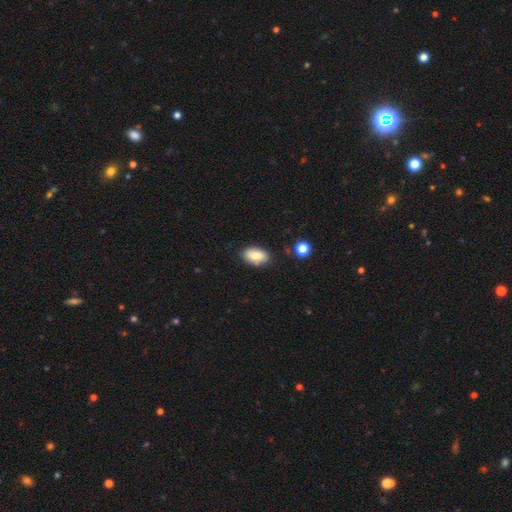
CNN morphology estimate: Smooth or featured? smooth (83%)
How rounded? in between (92%)
Merging? none (82%)